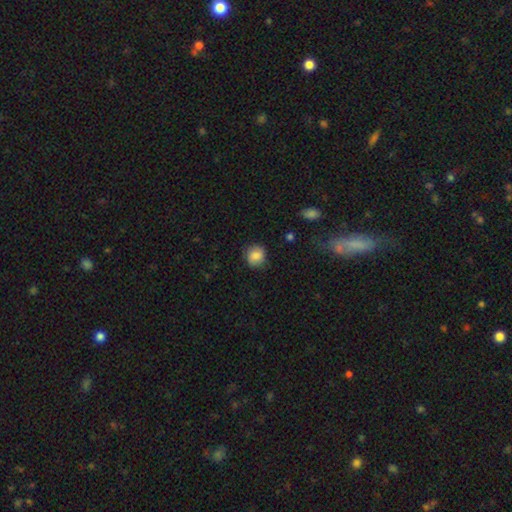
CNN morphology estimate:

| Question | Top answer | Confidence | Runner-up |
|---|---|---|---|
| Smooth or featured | smooth | 83% | star or artifact (9%) |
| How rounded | round | 84% | in between (15%) |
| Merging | none | 81% | minor disturbance (14%) |